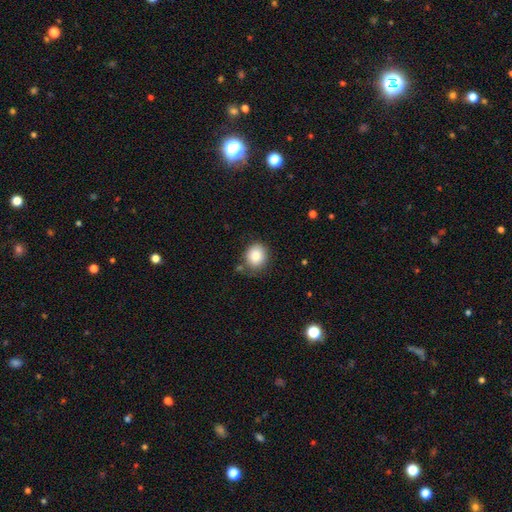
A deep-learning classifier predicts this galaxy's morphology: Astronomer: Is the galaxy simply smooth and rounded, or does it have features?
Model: smooth — 86%.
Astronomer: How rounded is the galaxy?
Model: round — 74%.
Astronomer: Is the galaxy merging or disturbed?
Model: none — 77%.